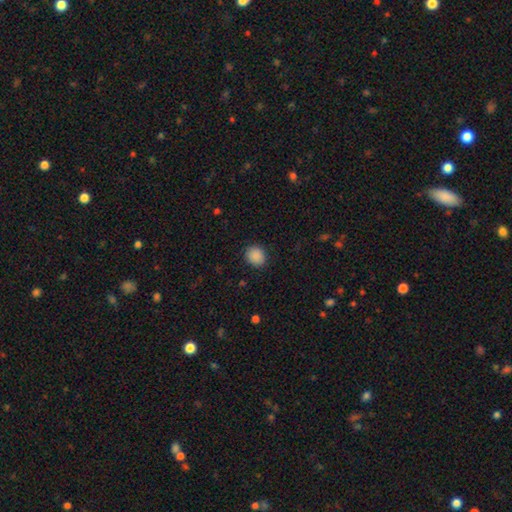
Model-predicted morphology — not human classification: The model was most divided on "how rounded": round: 73%, in between: 26%, cigar-shaped: 1%. More confident: smooth or featured — smooth (89%); merging — none (88%).